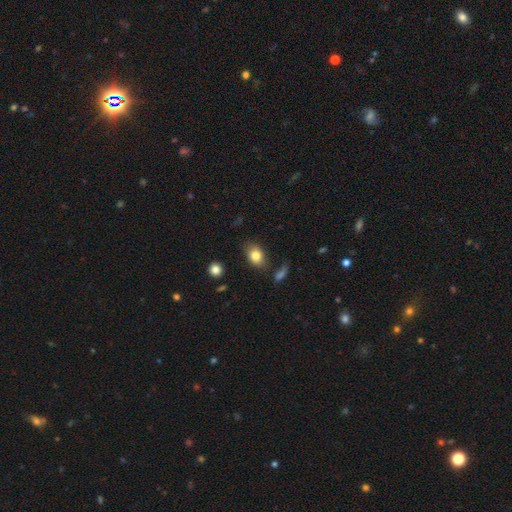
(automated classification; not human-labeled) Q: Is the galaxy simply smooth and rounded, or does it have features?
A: smooth — 81%.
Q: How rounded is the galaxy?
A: in between — 76%.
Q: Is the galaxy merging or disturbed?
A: none — 75%.